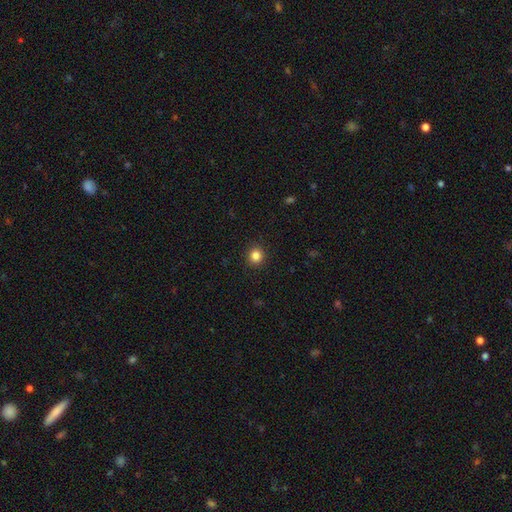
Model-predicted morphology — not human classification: The model was most divided on "smooth or featured": smooth: 85%, star or artifact: 11%, featured or disk: 4%. More confident: merging — none (92%); how rounded — round (90%).